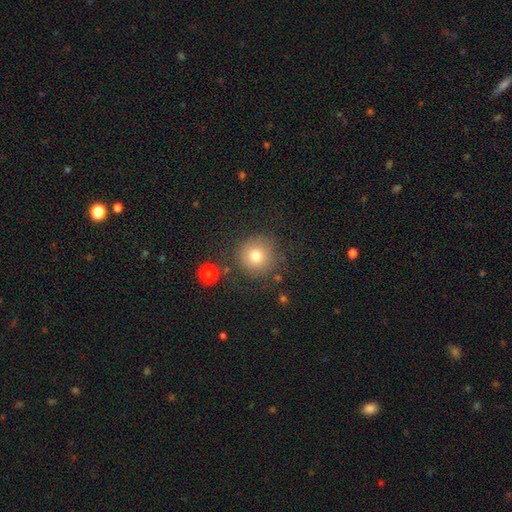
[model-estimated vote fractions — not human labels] Overall: smooth (76%). How rounded: round (94%). Merging: none (82%).